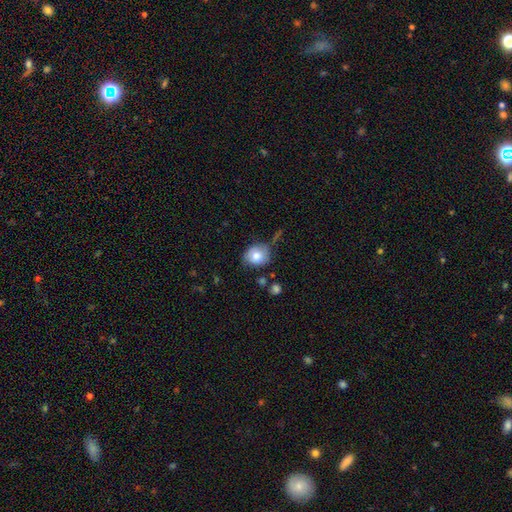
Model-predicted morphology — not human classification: Smooth or featured: smooth — 78% (featured or disk — 14%)
How rounded: round — 69% (in between — 30%)
Merging: none — 63% (minor disturbance — 24%)